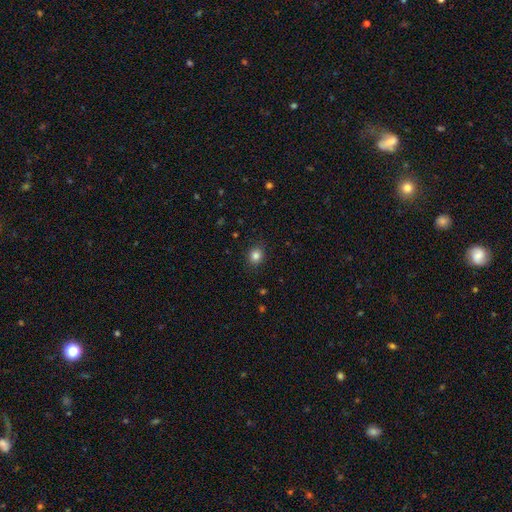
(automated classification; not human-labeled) The model was most divided on "how rounded": round: 71%, in between: 28%, cigar-shaped: 1%. More confident: merging — none (89%); smooth or featured — smooth (84%).